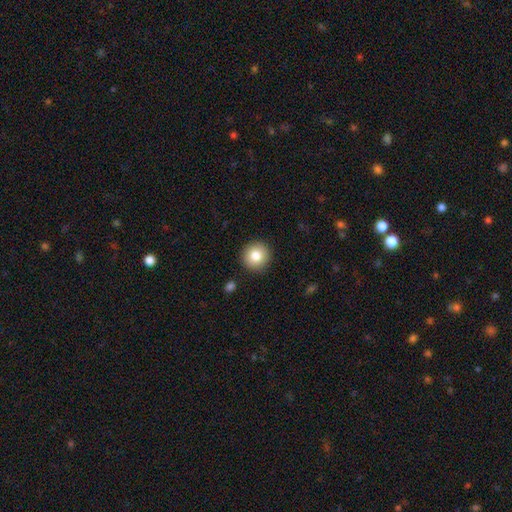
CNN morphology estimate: smooth_or_featured: smooth (p=0.81) [alt: featured or disk p=0.10]
how_rounded: round (p=0.94) [alt: in between p=0.05]
merging: none (p=0.91) [alt: minor disturbance p=0.06]